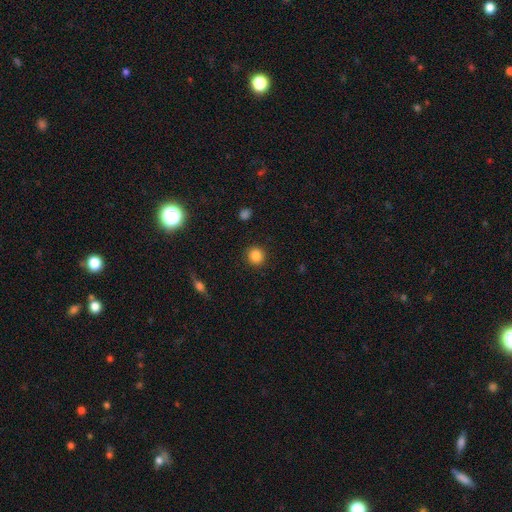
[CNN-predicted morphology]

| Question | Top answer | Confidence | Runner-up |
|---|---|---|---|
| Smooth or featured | smooth | 86% | star or artifact (10%) |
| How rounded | round | 90% | in between (9%) |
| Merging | none | 91% | minor disturbance (5%) |